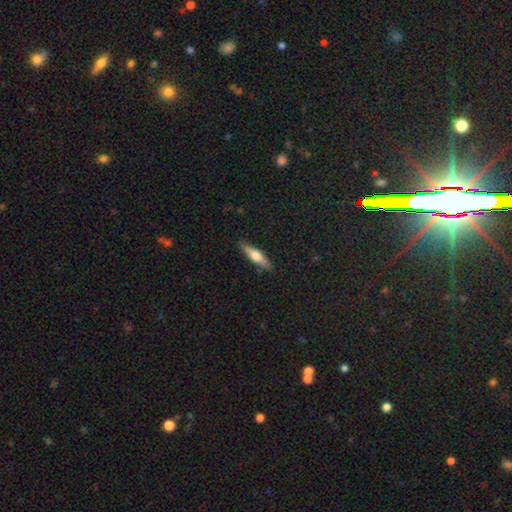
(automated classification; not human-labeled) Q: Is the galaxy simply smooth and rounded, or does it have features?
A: smooth — 49%.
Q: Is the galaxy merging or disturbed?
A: none — 89%.